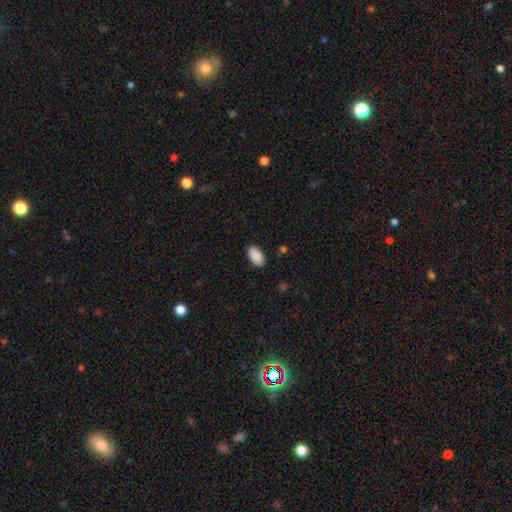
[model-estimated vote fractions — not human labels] A smooth galaxy with no disk features (90%) that is in between round and cigar-shaped (95%).

Vote fractions:
- Smooth or featured? smooth: 90% / star or artifact: 7% / featured or disk: 3%
- How rounded? in between: 95% / round: 3% / cigar-shaped: 2%
- Merging? none: 87% / minor disturbance: 9% / major disturbance: 2% / merger: 1%